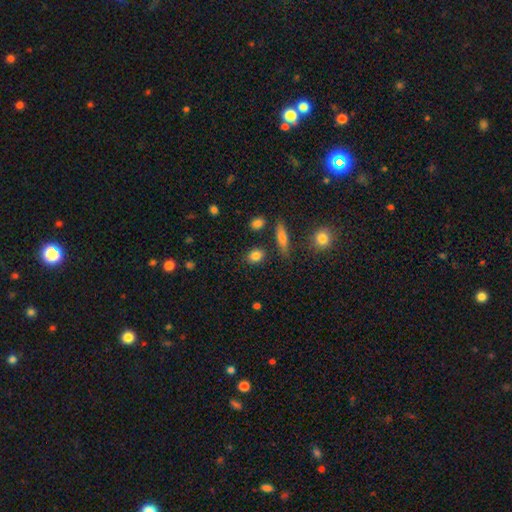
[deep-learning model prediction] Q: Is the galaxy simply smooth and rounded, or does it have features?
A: smooth — 84%.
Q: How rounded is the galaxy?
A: in between — 52%.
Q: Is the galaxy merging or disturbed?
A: none — 83%.